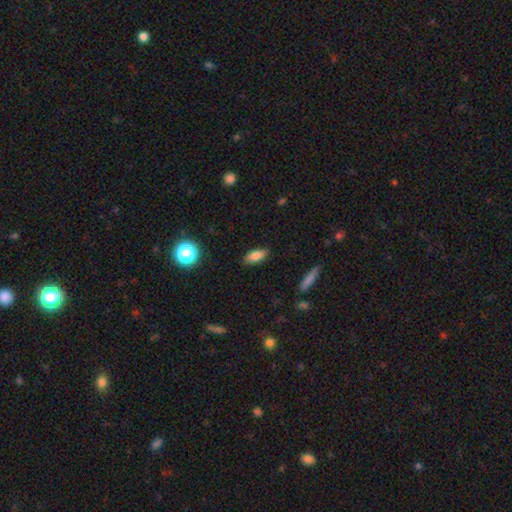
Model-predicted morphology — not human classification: Smooth or featured: smooth — 81% (star or artifact — 10%)
How rounded: in between — 81% (cigar-shaped — 14%)
Merging: none — 86% (minor disturbance — 10%)